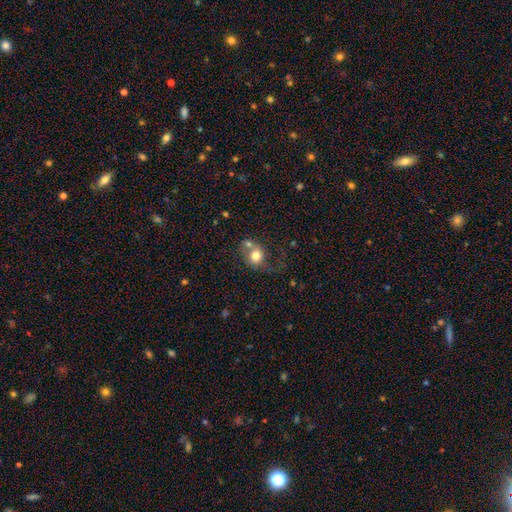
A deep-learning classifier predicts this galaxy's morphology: The model was most divided on "merging" (2-way tie): merger: 35%, none: 35%, minor disturbance: 16%, major disturbance: 15%. More confident: how rounded — round (70%); smooth or featured — smooth (70%).